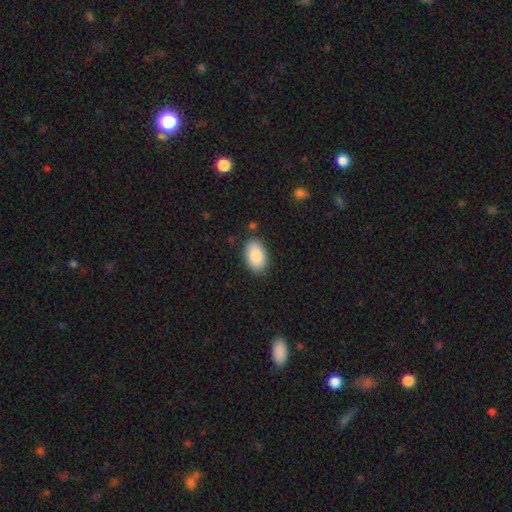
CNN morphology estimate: Smooth or featured: smooth — 88% (star or artifact — 6%)
How rounded: in between — 94% (round — 5%)
Merging: none — 86% (minor disturbance — 10%)